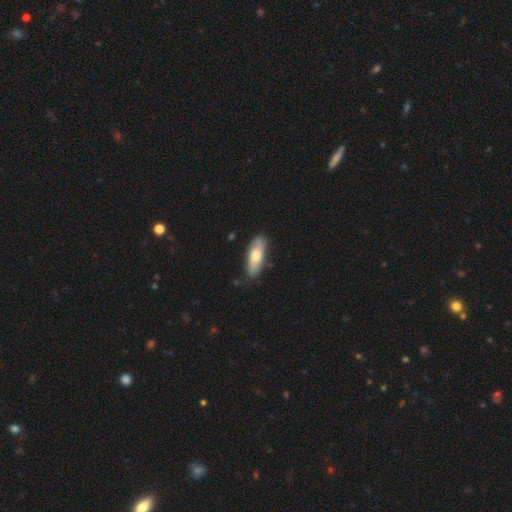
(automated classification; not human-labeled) This appears to be a smooth galaxy with no disk features (69%) that is in between round and cigar-shaped (67%). Merging: none (82%).